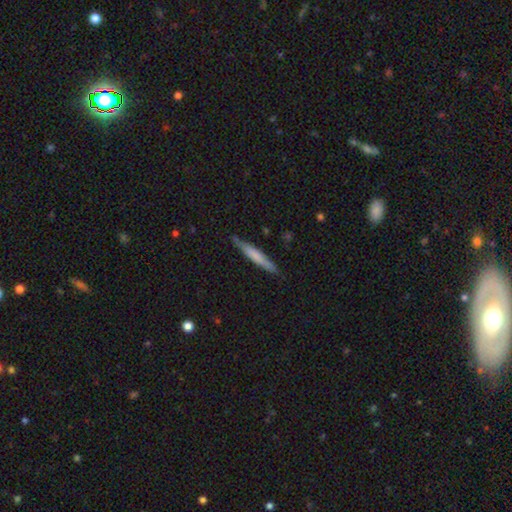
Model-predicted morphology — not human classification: smooth 60%, featured or disk 34%, star or artifact 5%. Down the decision tree: how rounded — cigar-shaped (94%); merging — none (85%).